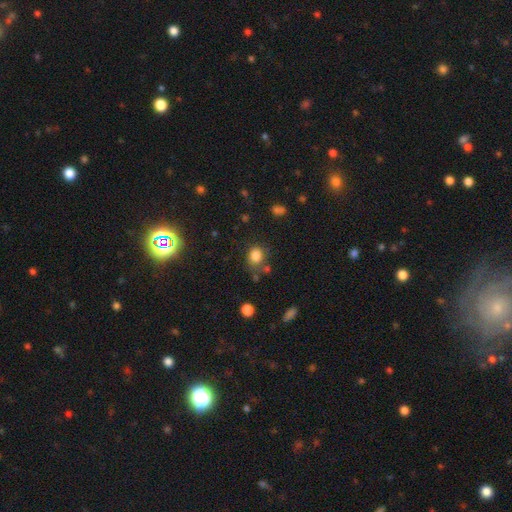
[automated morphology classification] smooth_or_featured: smooth (p=0.82) [alt: star or artifact p=0.12]
how_rounded: round (p=0.63) [alt: in between p=0.36]
merging: none (p=0.68) [alt: minor disturbance p=0.17]